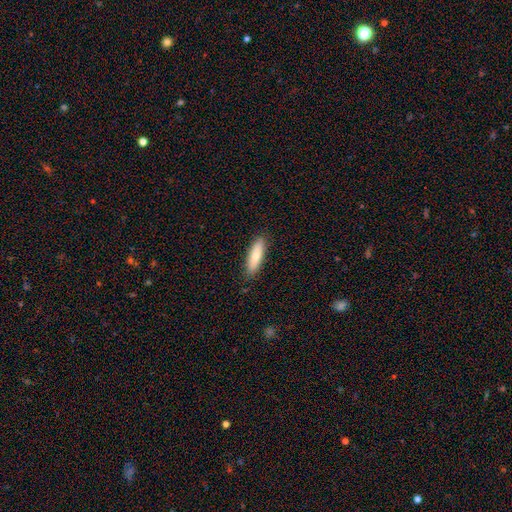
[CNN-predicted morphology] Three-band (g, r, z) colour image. It shows a smooth galaxy with no disk features (74%) that is cigar-shaped (62%). Merging: none (87%).